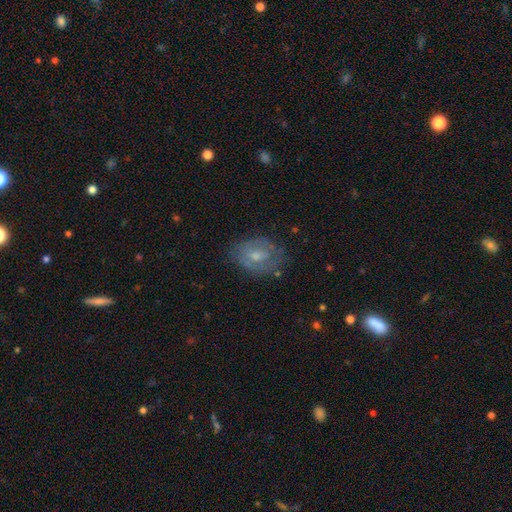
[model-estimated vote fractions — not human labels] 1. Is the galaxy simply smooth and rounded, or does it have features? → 51% featured or disk, 38% smooth, 11% star or artifact.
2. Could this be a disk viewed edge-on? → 95% no, 5% yes.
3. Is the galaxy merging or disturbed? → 70% none, 20% minor disturbance, 8% major disturbance, 2% merger.